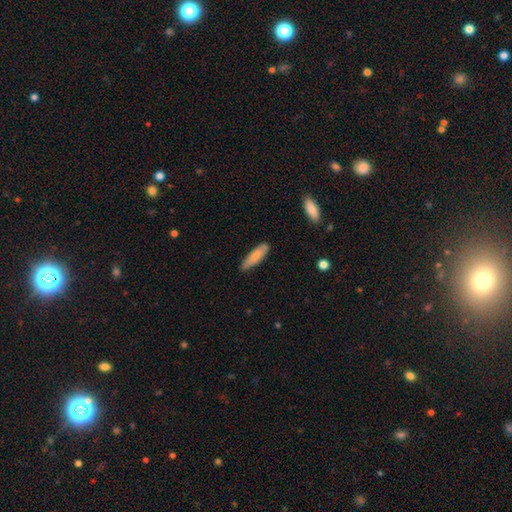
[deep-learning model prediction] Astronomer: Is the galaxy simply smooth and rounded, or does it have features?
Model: smooth — 78%.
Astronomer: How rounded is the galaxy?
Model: cigar-shaped — 66%.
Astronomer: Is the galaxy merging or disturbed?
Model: none — 78%.